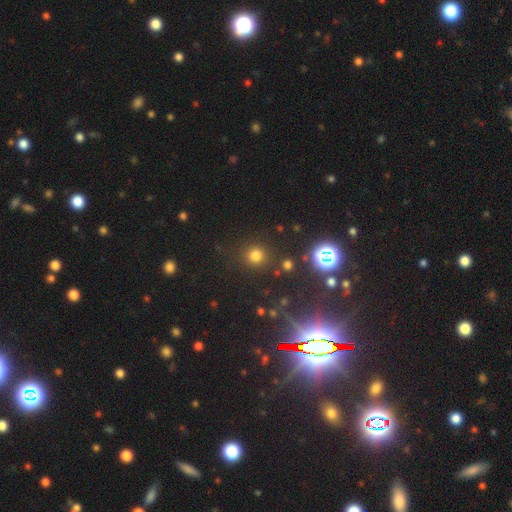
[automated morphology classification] Smooth or featured: smooth — 73% (star or artifact — 22%)
How rounded: round — 92% (in between — 7%)
Merging: none — 87% (minor disturbance — 7%)